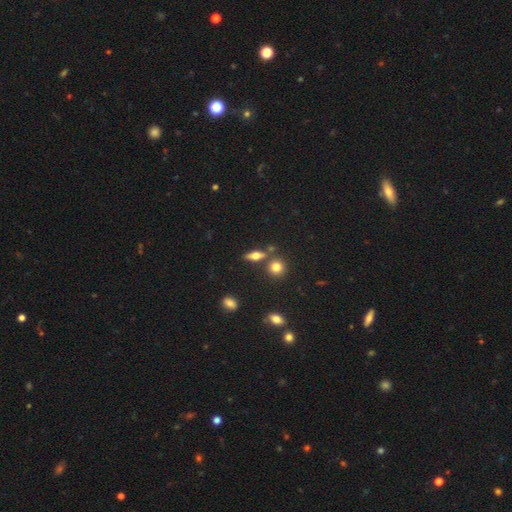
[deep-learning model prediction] smooth 51%, featured or disk 38%, star or artifact 11%. Down the decision tree: how rounded — in between (54%); merging — none (71%).